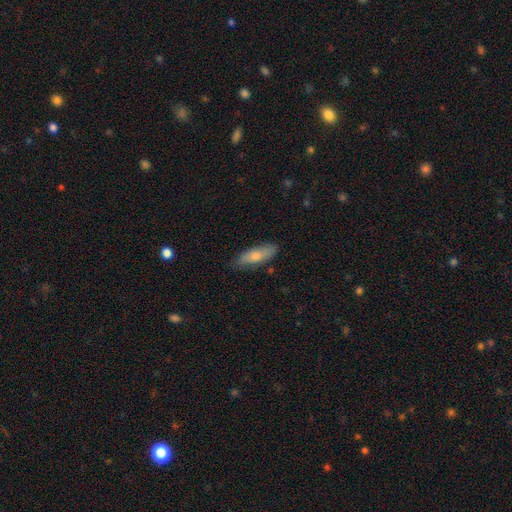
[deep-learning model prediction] Smooth or featured: smooth — 72% (featured or disk — 22%)
How rounded: cigar-shaped — 49% (tied with in between — 49%)
Merging: none — 81% (minor disturbance — 15%)